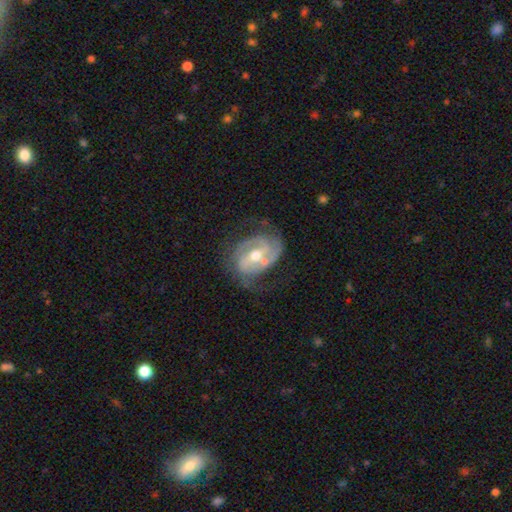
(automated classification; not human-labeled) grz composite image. It shows a featured or disk galaxy (85%) with a weak bar (41%), 2 (55%) medium (42%) spiral arms (92%) and a moderate central bulge (70%). Merging: none (55%).